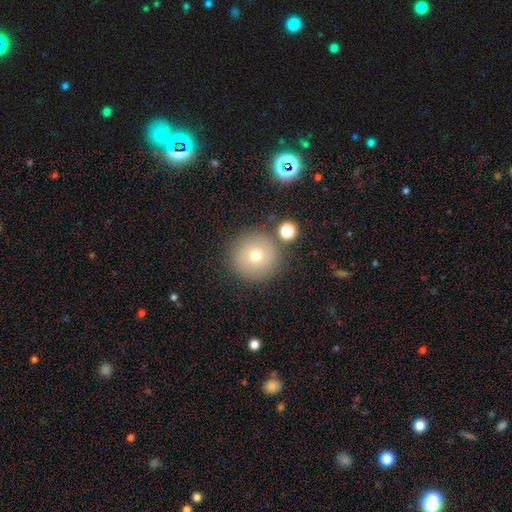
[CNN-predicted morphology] smooth_or_featured: smooth (p=0.71) [alt: featured or disk p=0.15]
how_rounded: round (p=0.96) [alt: in between p=0.03]
merging: none (p=0.84) [alt: minor disturbance p=0.08]